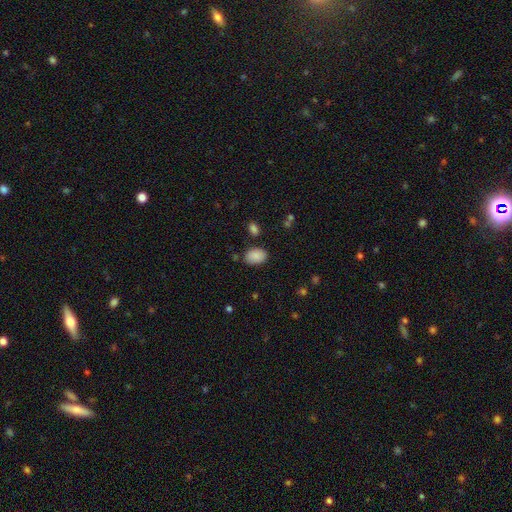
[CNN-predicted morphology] smooth 87%, star or artifact 8%, featured or disk 5%. Down the decision tree: how rounded — in between (84%); merging — none (79%).